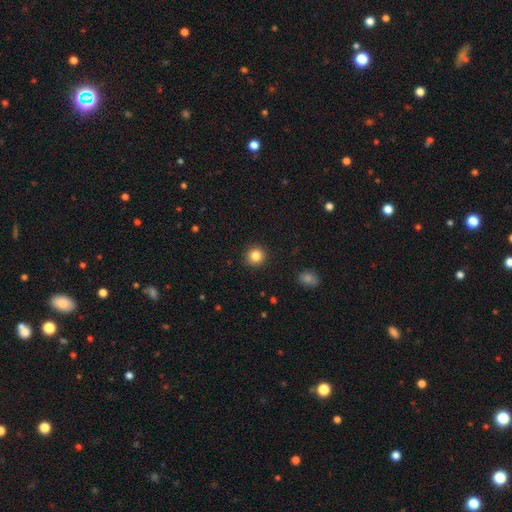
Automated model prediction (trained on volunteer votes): smooth-or-featured: smooth: 84% | star or artifact: 11% | featured or disk: 5%
  how-rounded: round: 92% | in between: 7% | cigar-shaped: 1%
  merging: none: 91% | minor disturbance: 6% | major disturbance: 2% | merger: 1%